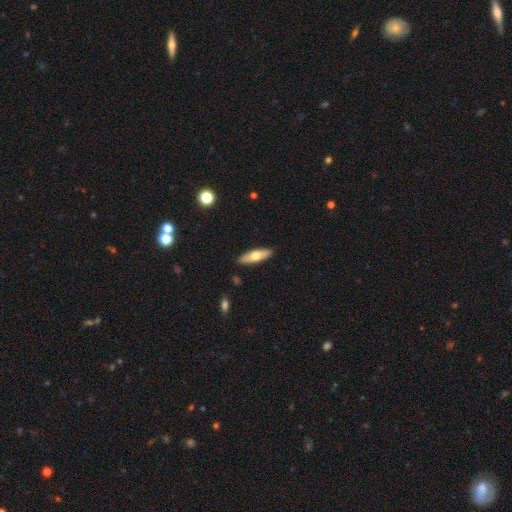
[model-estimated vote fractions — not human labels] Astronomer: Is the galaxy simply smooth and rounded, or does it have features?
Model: smooth — 60%.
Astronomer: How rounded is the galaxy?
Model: cigar-shaped — 57% (runner-up: in between, 41%).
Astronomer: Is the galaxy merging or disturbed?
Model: none — 89%.